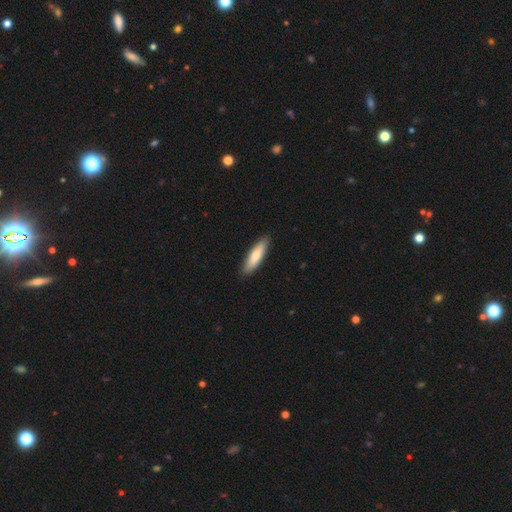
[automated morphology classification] This is likely a smooth galaxy (74%). How rounded: likely cigar-shaped (67%). Merging: clearly none (90%).